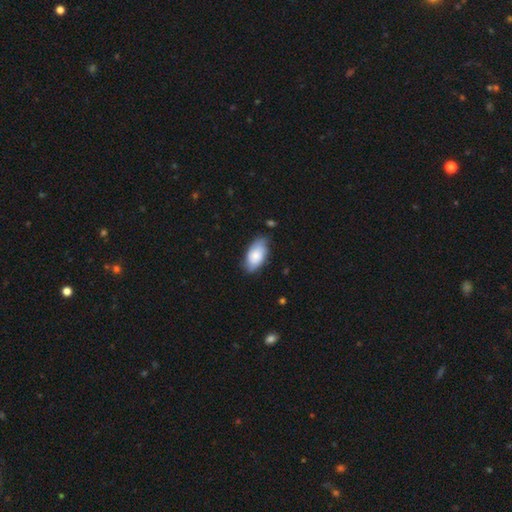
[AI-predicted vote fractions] The model was most divided on "merging": none: 67%, minor disturbance: 26%, major disturbance: 5%, merger: 2%. More confident: how rounded — in between (94%); smooth or featured — smooth (72%).